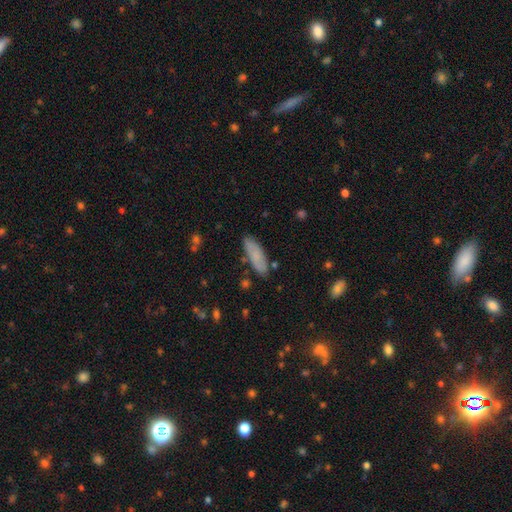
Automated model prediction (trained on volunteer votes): Morphology: type=smooth (75%); roundness=in between (57%); merging=none (79%).